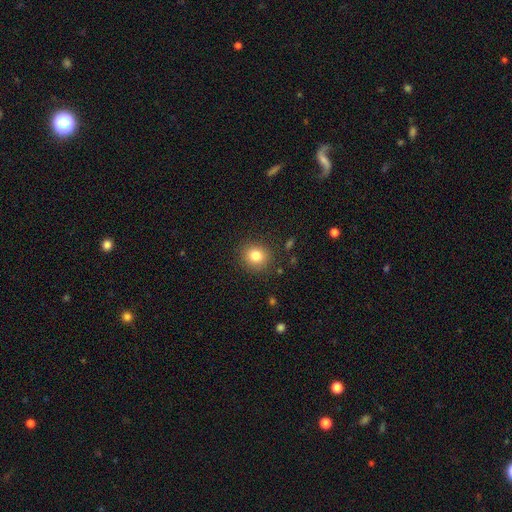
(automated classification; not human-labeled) Q: Smooth or featured?
A: smooth (81%); runner-up: star or artifact (11%)
Q: How rounded?
A: round (84%); runner-up: in between (15%)
Q: Merging?
A: none (88%); runner-up: minor disturbance (8%)